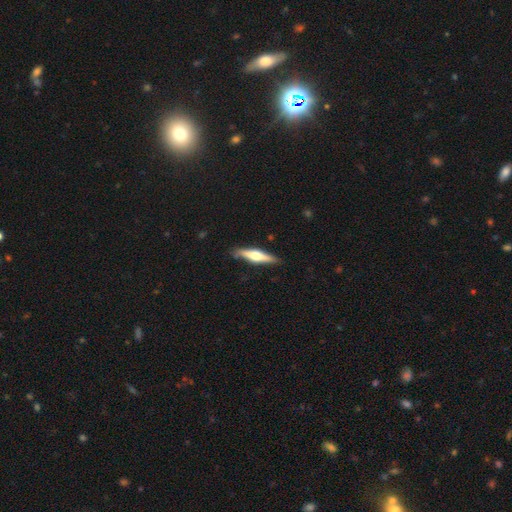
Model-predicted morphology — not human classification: This appears to be a featured or disk galaxy (60%) viewed edge-on (96%) with a rounded central bulge (91%). Merging: none (86%).